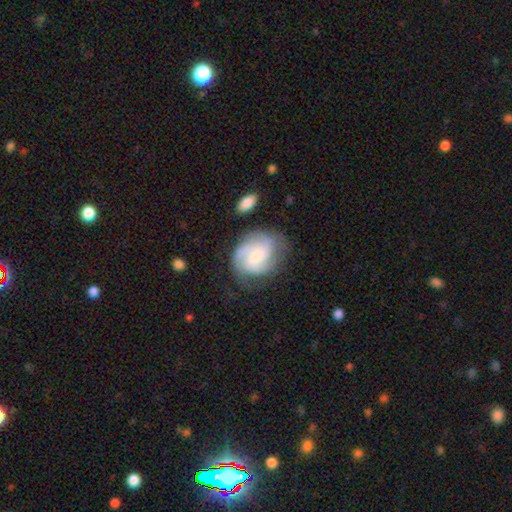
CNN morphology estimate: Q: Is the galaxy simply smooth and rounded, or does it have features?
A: featured or disk — 72%.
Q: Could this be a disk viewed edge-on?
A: no — 98%.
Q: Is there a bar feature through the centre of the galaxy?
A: no — 60%.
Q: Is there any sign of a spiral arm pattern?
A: yes — 95%.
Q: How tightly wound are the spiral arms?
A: medium — 43%.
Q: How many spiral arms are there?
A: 3 — 35%.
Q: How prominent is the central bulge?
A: small — 55%.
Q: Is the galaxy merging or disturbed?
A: none — 64%.